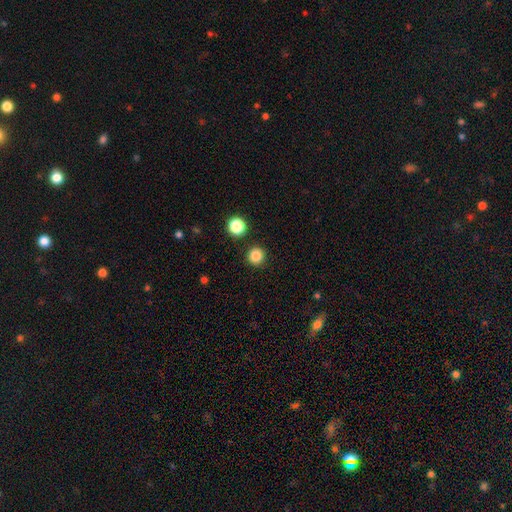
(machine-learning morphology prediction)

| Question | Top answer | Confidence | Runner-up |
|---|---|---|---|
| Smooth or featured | smooth | 84% | star or artifact (12%) |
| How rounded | round | 95% | in between (4%) |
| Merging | none | 92% | minor disturbance (5%) |